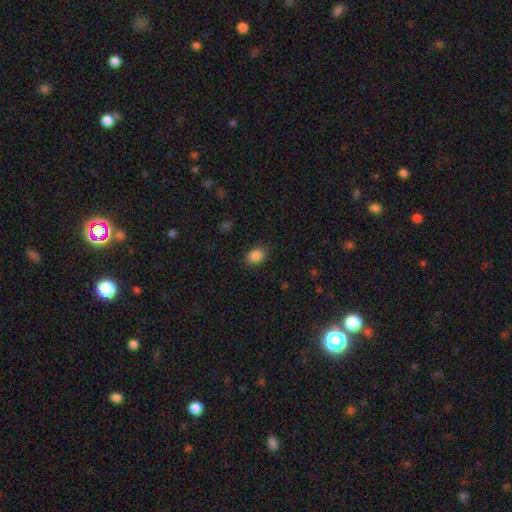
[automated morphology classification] smooth 87%, star or artifact 9%, featured or disk 4%. Down the decision tree: how rounded — in between (76%); merging — none (85%).